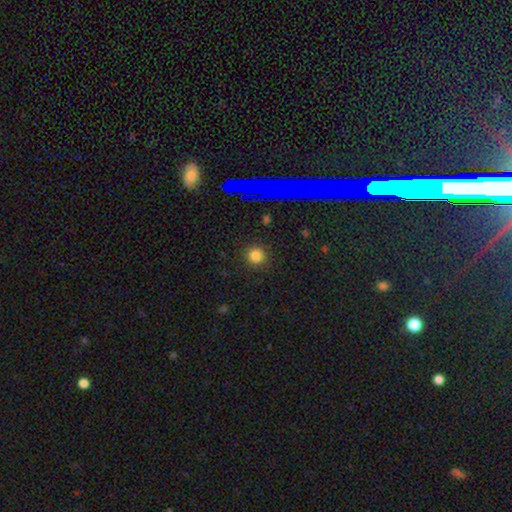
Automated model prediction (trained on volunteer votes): A smooth galaxy with no disk features (79%) that is round (94%). Merging: none (91%).